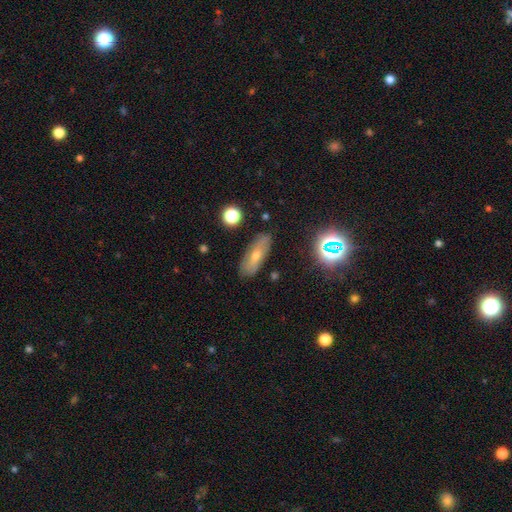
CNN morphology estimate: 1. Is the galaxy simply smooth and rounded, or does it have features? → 51% smooth, 34% featured or disk, 15% star or artifact.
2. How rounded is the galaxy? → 60% in between, 35% cigar-shaped, 5% round.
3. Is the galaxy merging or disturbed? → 83% none, 13% minor disturbance, 3% major disturbance, 2% merger.